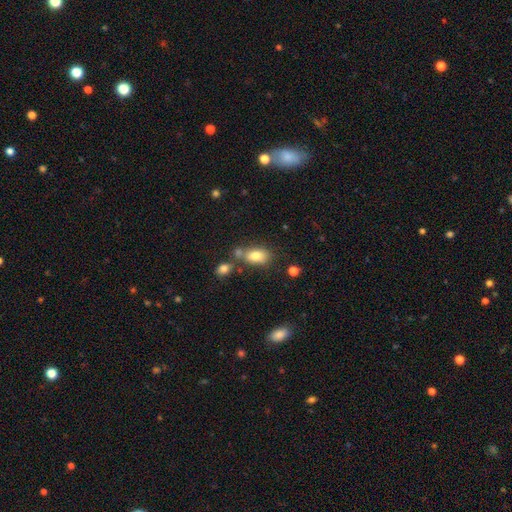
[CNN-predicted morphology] The model was most divided on "merging": none: 56%, merger: 24%, minor disturbance: 15%, major disturbance: 5%. More confident: how rounded — in between (87%); smooth or featured — smooth (80%).